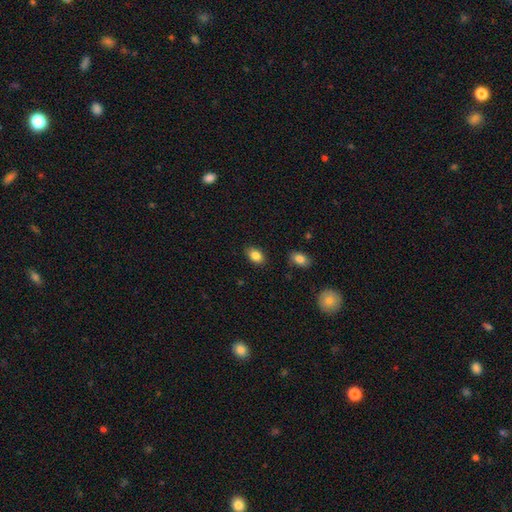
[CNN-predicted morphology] This is clearly a smooth galaxy (85%). How rounded: clearly in between (85%). Merging: clearly none (86%).